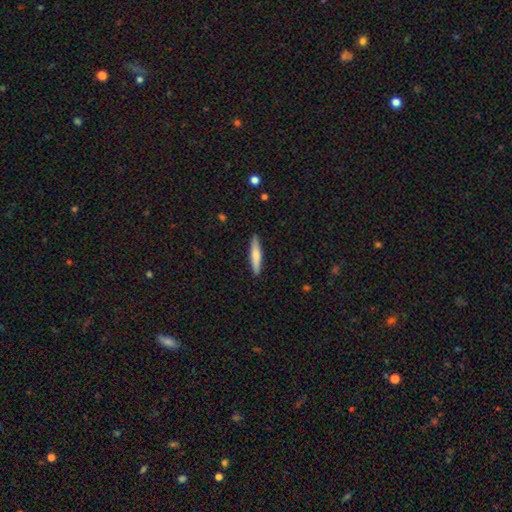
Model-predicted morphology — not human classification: A smooth galaxy with no disk features (67%) that is cigar-shaped (89%).

Vote fractions:
- Smooth or featured? smooth: 67% / featured or disk: 27% / star or artifact: 5%
- How rounded? cigar-shaped: 89% / in between: 10% / round: 1%
- Merging? none: 90% / minor disturbance: 7% / major disturbance: 1% / merger: 1%